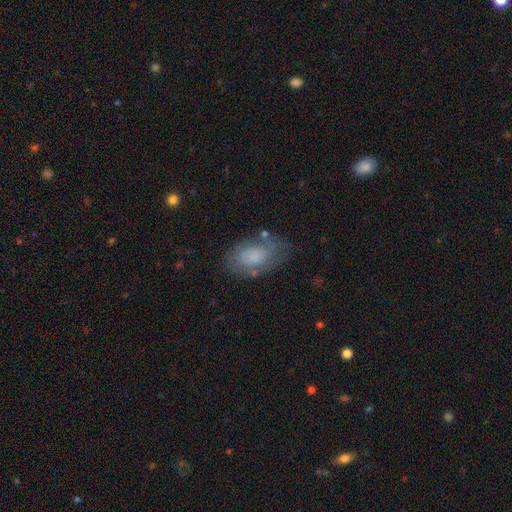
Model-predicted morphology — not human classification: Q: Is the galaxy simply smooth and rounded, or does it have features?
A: smooth — 64%.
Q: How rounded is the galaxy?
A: in between — 90%.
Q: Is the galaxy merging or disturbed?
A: none — 62%.